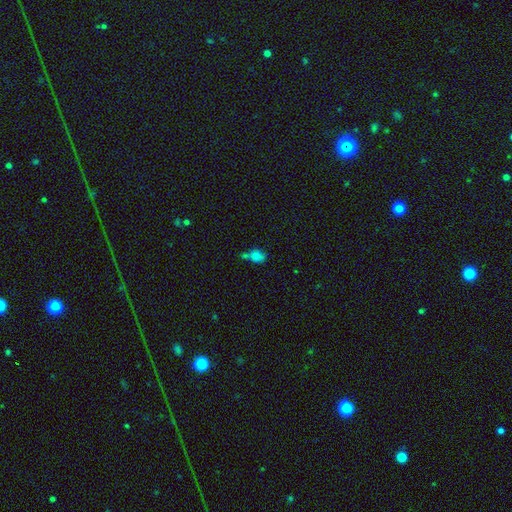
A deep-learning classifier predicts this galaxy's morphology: A smooth galaxy with no disk features (75%) that is round (50%).

Vote fractions:
- Smooth or featured? smooth: 75% / star or artifact: 13% / featured or disk: 12%
- How rounded? round: 50% / in between: 48% / cigar-shaped: 2%
- Merging? none: 39% / merger: 35% / minor disturbance: 18% / major disturbance: 7%